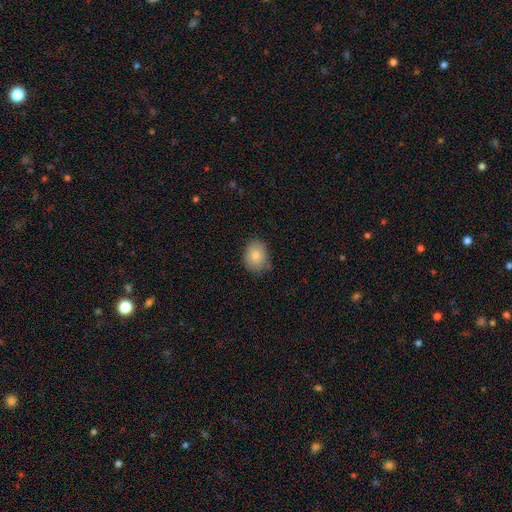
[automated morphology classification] smooth_or_featured: smooth (p=0.83) [alt: featured or disk p=0.09]
how_rounded: in between (p=0.53) [alt: round p=0.46]
merging: none (p=0.78) [alt: minor disturbance p=0.17]